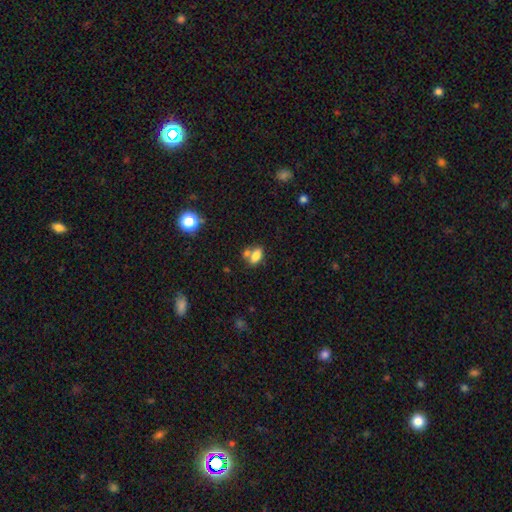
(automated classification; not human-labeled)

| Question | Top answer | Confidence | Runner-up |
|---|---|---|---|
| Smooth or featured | smooth | 78% | featured or disk (12%) |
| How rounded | in between | 86% | round (9%) |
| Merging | none | 50% | merger (33%) |